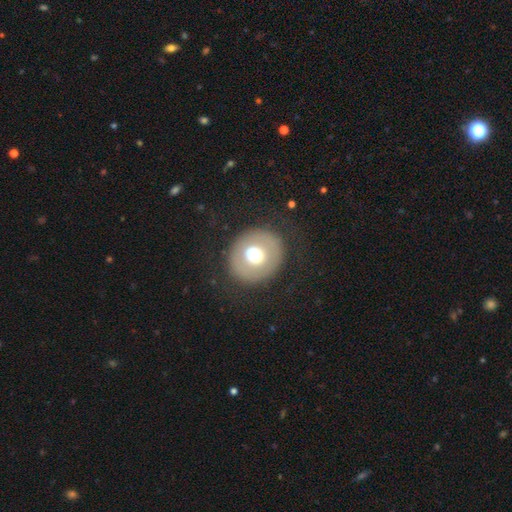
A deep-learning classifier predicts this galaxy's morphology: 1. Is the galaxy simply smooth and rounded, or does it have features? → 55% smooth, 33% featured or disk, 12% star or artifact.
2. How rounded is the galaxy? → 83% round, 16% in between, 1% cigar-shaped.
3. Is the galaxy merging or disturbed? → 74% none, 11% minor disturbance, 9% major disturbance, 5% merger.